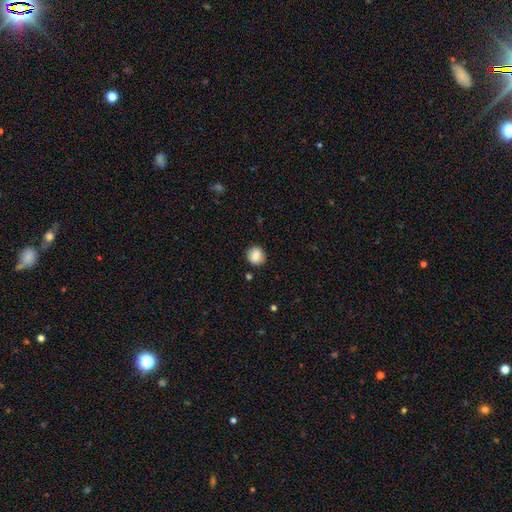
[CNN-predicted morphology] smooth 85%, star or artifact 9%, featured or disk 6%. Down the decision tree: how rounded — round (87%); merging — none (88%).